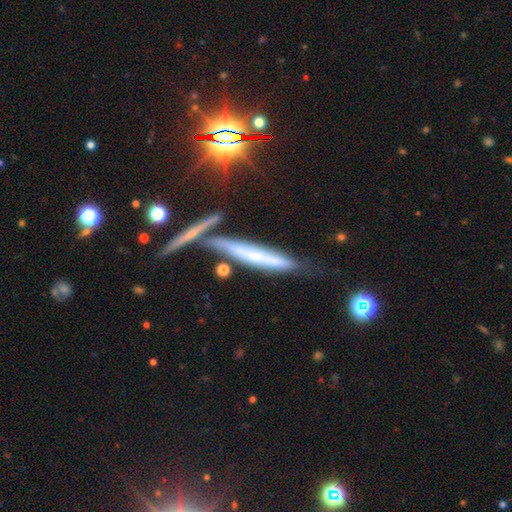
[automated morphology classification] A featured or disk galaxy (43%). Merging: none (58%).